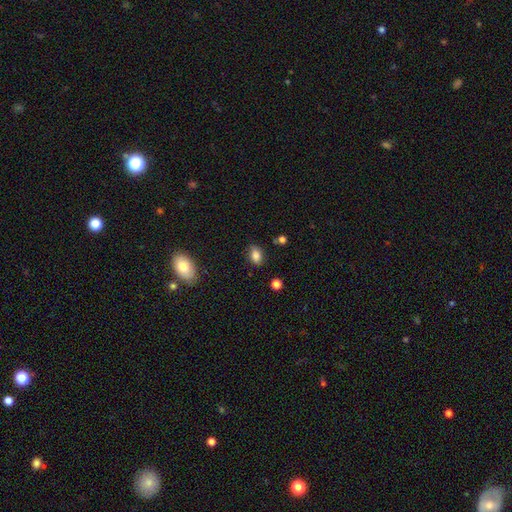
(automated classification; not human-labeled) smooth-or-featured: smooth: 81% | star or artifact: 10% | featured or disk: 10%
  how-rounded: in between: 82% | round: 15% | cigar-shaped: 3%
  merging: none: 77% | minor disturbance: 17% | major disturbance: 3% | merger: 2%